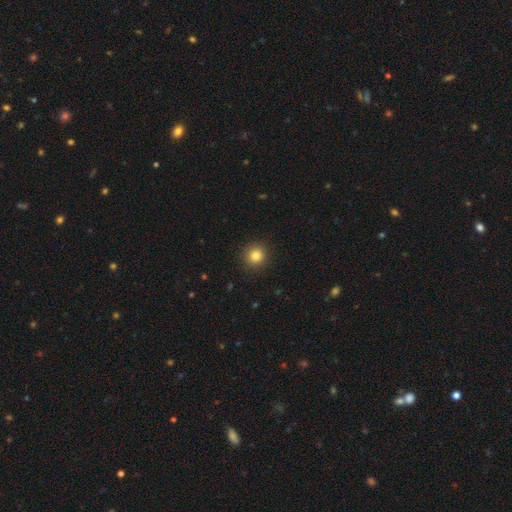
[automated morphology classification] A smooth galaxy with no disk features (83%) that is round (93%).

Vote fractions:
- Smooth or featured? smooth: 83% / star or artifact: 12% / featured or disk: 6%
- How rounded? round: 93% / in between: 6% / cigar-shaped: 1%
- Merging? none: 92% / minor disturbance: 5% / major disturbance: 2% / merger: 1%